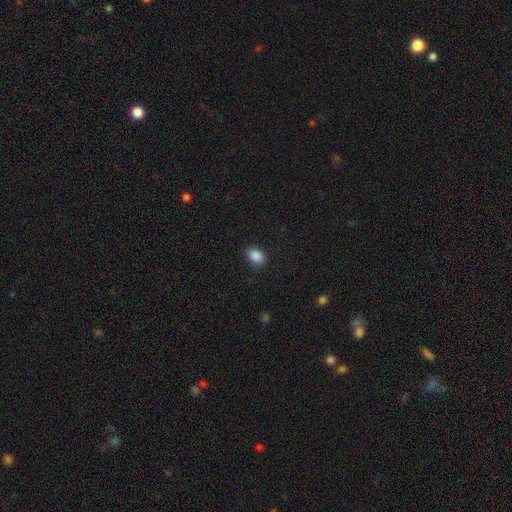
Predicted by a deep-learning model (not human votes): This appears to be a smooth galaxy with no disk features (88%) that is in between round and cigar-shaped (79%). Merging: none (81%).